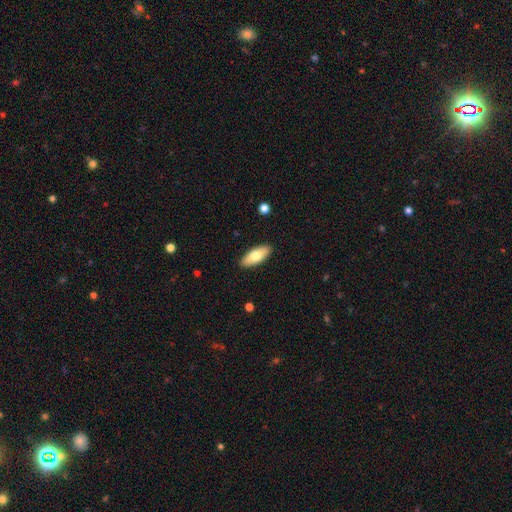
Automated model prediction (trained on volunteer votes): A smooth galaxy with no disk features (71%) that is in between round and cigar-shaped (80%).

Vote fractions:
- Smooth or featured? smooth: 71% / featured or disk: 23% / star or artifact: 6%
- How rounded? in between: 80% / cigar-shaped: 18% / round: 2%
- Merging? none: 90% / minor disturbance: 8% / major disturbance: 2% / merger: 1%